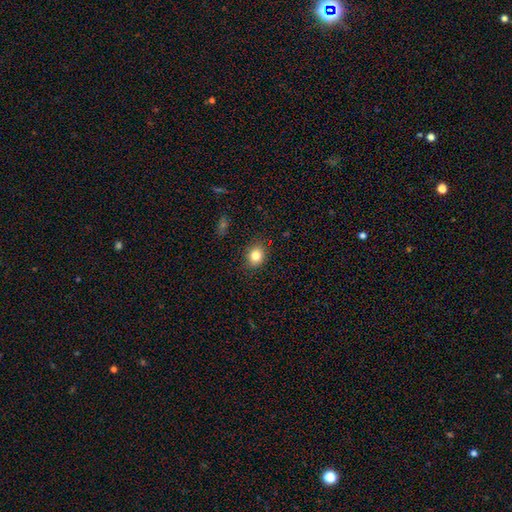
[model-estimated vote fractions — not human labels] Smooth or featured: smooth — 82% (star or artifact — 11%)
How rounded: round — 62% (in between — 37%)
Merging: none — 87% (minor disturbance — 10%)